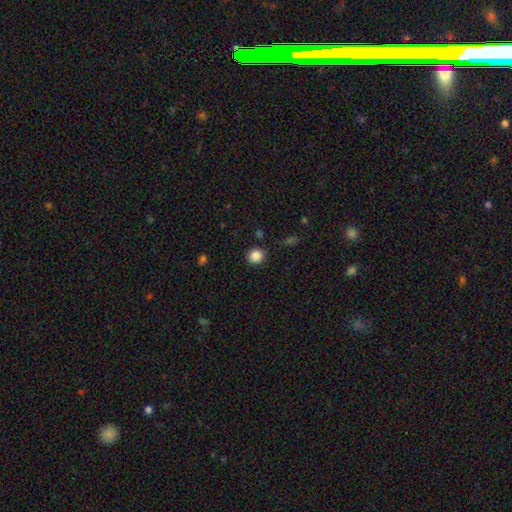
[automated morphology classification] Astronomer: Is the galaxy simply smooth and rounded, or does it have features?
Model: smooth — 86%.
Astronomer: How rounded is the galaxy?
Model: round — 86%.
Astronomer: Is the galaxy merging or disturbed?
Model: none — 90%.